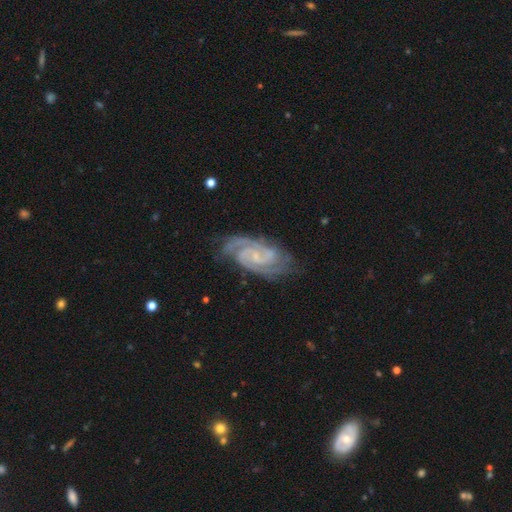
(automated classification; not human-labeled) smooth_or_featured: featured or disk (p=0.90) [alt: star or artifact p=0.06]
disk_edge_on: no (p=0.97) [alt: yes p=0.03]
bar: no (p=0.47) [alt: weak p=0.42]
has_spiral_arms: yes (p=0.98) [alt: no p=0.02]
spiral_winding: tight (p=0.58) [alt: medium p=0.37]
spiral_arm_count: 2 (p=0.67) [alt: 3 p=0.15]
bulge_size: small (p=0.68) [alt: none p=0.17]
merging: none (p=0.77) [alt: minor disturbance p=0.16]